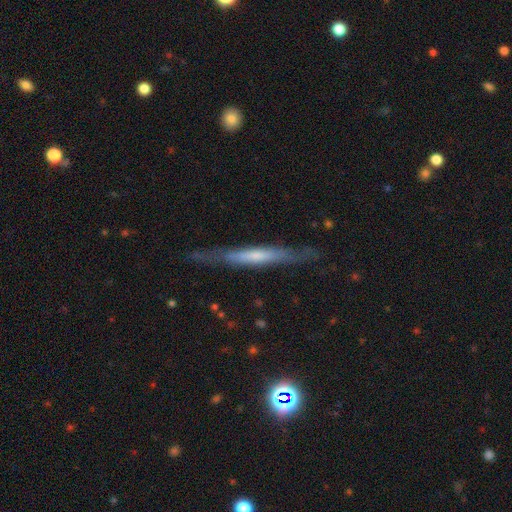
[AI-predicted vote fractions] smooth-or-featured: featured or disk: 58% | smooth: 36% | star or artifact: 6%
  disk-edge-on: yes: 89% | no: 11%
    edge-on-bulge: none: 59% | rounded: 27% | boxy: 14%
  merging: none: 79% | minor disturbance: 15% | major disturbance: 4% | merger: 2%